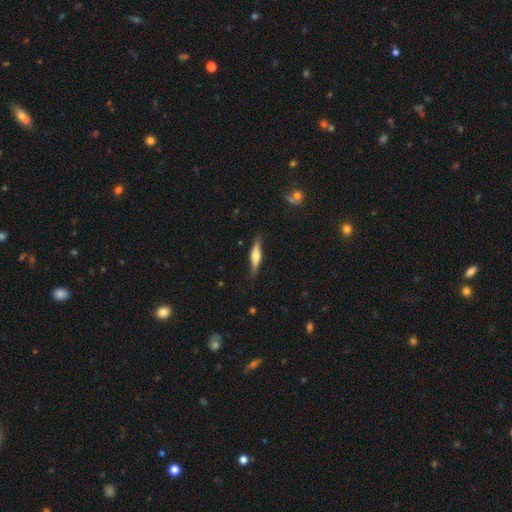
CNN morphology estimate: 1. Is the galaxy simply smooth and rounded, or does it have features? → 49% featured or disk, 45% smooth, 6% star or artifact.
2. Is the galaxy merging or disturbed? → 80% none, 16% minor disturbance, 3% major disturbance, 1% merger.